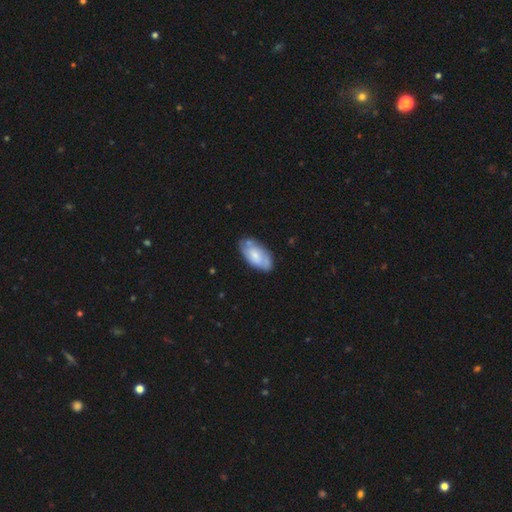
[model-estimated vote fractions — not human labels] Smooth or featured: smooth — 57% (featured or disk — 37%)
How rounded: in between — 92% (cigar-shaped — 5%)
Merging: none — 68% (minor disturbance — 22%)